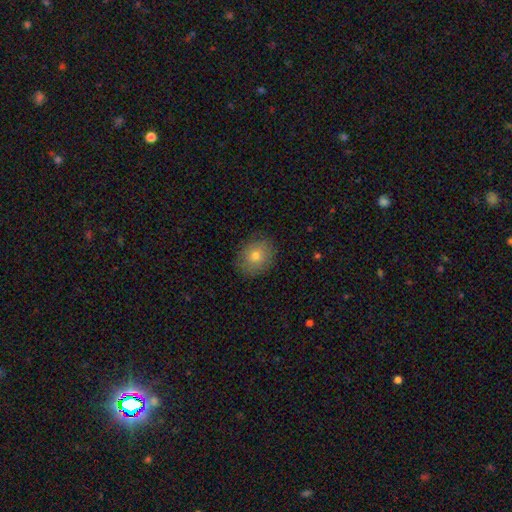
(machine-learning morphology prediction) Smooth or featured: smooth — 74% (featured or disk — 15%)
How rounded: round — 68% (in between — 31%)
Merging: none — 86% (minor disturbance — 11%)